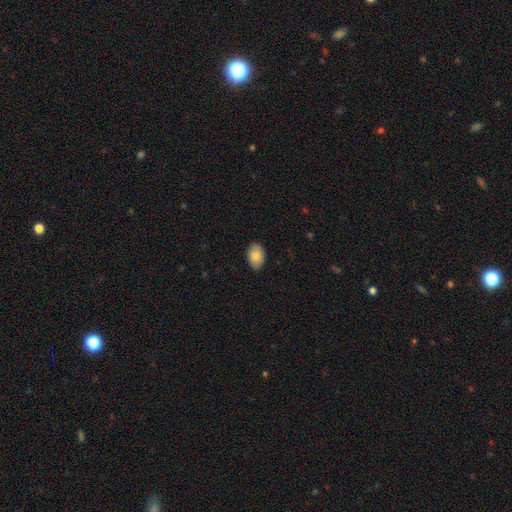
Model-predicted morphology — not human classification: smooth 82%, featured or disk 11%, star or artifact 7%. Down the decision tree: how rounded — in between (89%); merging — none (88%).